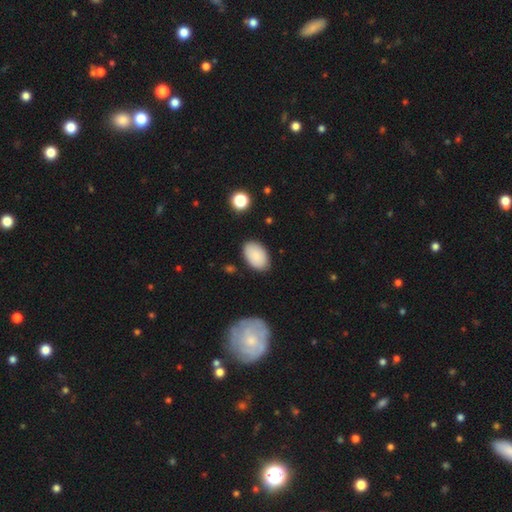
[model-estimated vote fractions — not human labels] smooth 86%, featured or disk 7%, star or artifact 7%. Down the decision tree: how rounded — in between (92%); merging — none (84%).